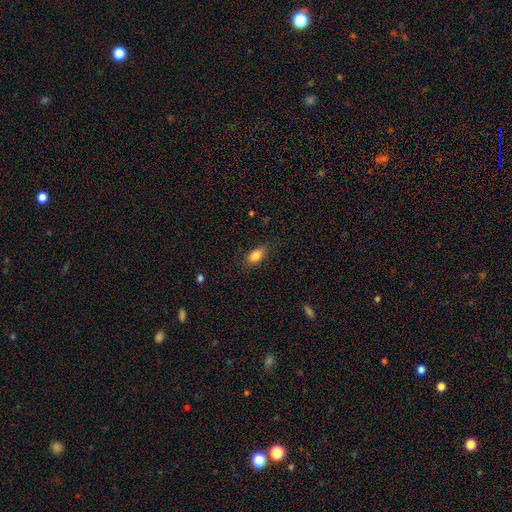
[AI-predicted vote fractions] smooth 84%, star or artifact 9%, featured or disk 7%. Down the decision tree: how rounded — in between (86%); merging — none (83%).